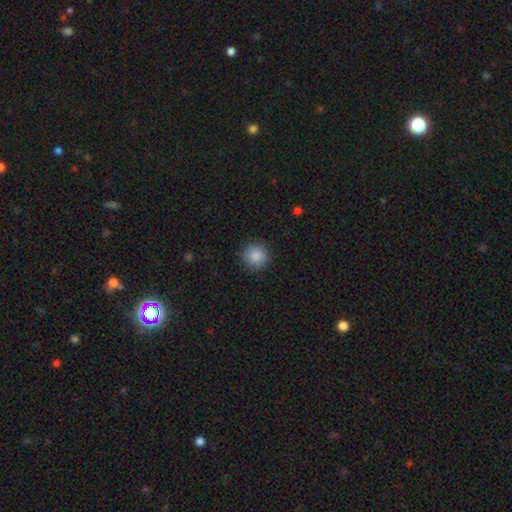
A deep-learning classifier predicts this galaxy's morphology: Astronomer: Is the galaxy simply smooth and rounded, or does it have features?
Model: smooth — 87%.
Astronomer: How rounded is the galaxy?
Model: round — 94%.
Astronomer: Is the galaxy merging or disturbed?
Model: none — 88%.